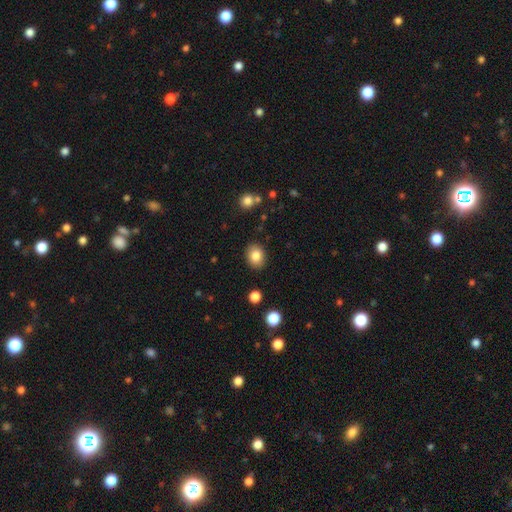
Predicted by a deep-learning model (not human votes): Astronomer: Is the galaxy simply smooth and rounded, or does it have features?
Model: smooth — 83%.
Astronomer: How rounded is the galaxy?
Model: in between — 50% (runner-up: round, 49%).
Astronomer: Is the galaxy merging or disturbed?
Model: none — 88%.